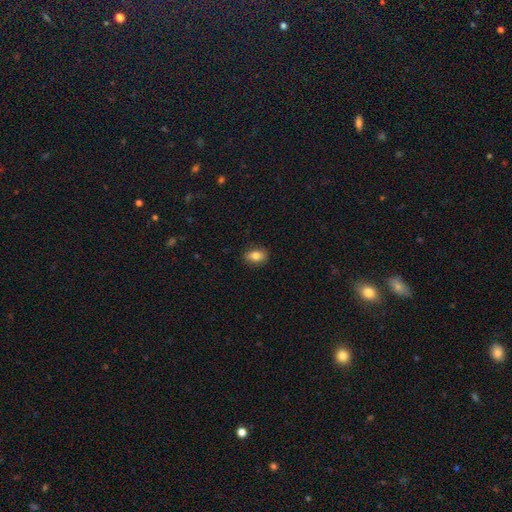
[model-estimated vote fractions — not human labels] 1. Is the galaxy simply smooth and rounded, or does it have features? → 82% smooth, 10% featured or disk, 8% star or artifact.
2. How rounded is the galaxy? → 83% in between, 14% round, 3% cigar-shaped.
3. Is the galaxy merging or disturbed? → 87% none, 10% minor disturbance, 2% major disturbance, 1% merger.